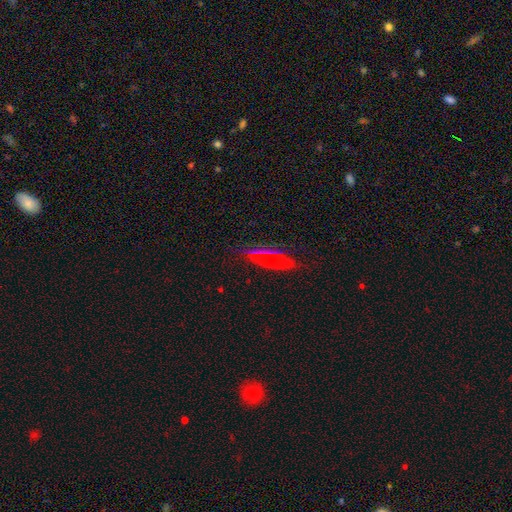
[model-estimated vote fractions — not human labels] A smooth galaxy with no disk features (52%) that is in between round and cigar-shaped (62%).

Vote fractions:
- Smooth or featured? smooth: 52% / featured or disk: 24% / star or artifact: 23%
- How rounded? in between: 62% / cigar-shaped: 29% / round: 9%
- Merging? none: 81% / minor disturbance: 13% / major disturbance: 3% / merger: 2%